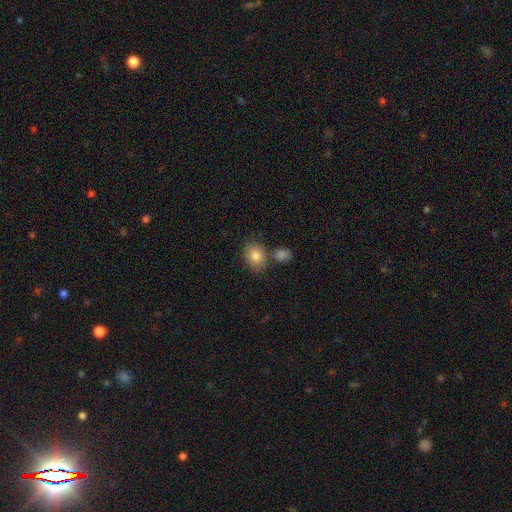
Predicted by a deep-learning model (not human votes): A smooth galaxy with no disk features (83%) that is in between round and cigar-shaped (60%). Merging: none (65%).